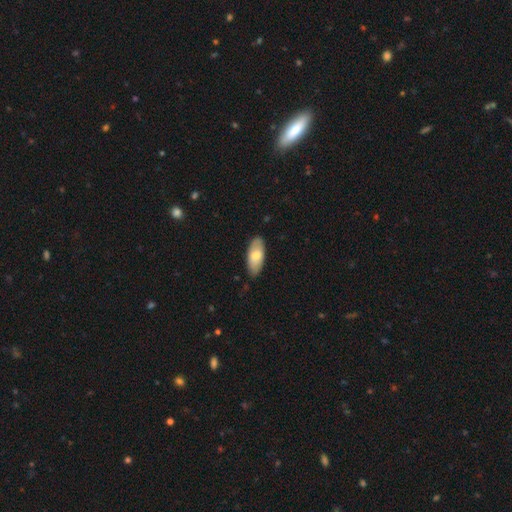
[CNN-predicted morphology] smooth_or_featured: smooth (p=0.73) [alt: featured or disk p=0.21]
how_rounded: in between (p=0.88) [alt: cigar-shaped p=0.10]
merging: none (p=0.83) [alt: minor disturbance p=0.14]